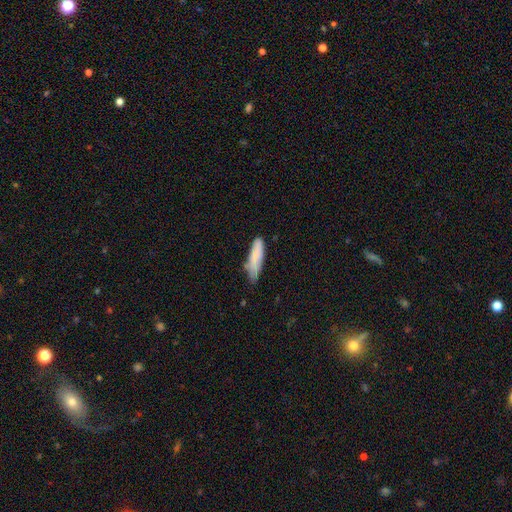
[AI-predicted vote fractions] Morphology: type=smooth (82%); roundness=cigar-shaped (65%); merging=none (58%).